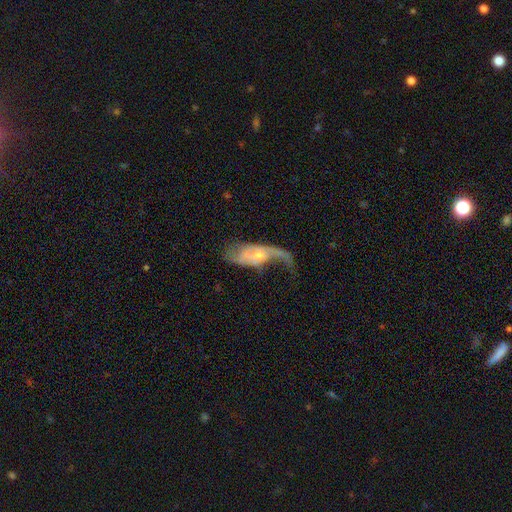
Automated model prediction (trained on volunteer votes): smooth-or-featured: featured or disk: 73% | smooth: 20% | star or artifact: 6%
  disk-edge-on: no: 92% | yes: 8%
    bar: no: 65% | weak: 28% | strong: 7%
    has-spiral-arms: yes: 82% | no: 18%
      spiral-winding: loose: 69% | medium: 23% | tight: 9%
      spiral-arm-count: 2: 52% | 1: 35% | can't tell: 9% | 3: 2% | 4: 1% | more than 4: 1%
    bulge-size: small: 66% | moderate: 25% | none: 6% | large: 2% | dominant: 1%
  merging: major disturbance: 47% | none: 27% | minor disturbance: 21% | merger: 5%